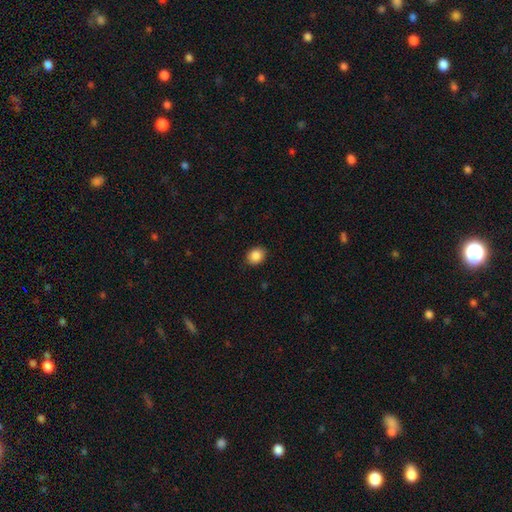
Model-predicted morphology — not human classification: type=smooth (87%); roundness=round (52%); merging=none (88%).